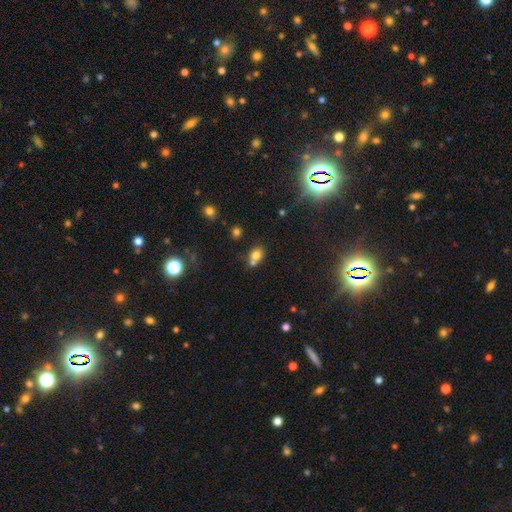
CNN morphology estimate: smooth-or-featured: smooth: 75% | star or artifact: 13% | featured or disk: 11%
  how-rounded: in between: 57% | round: 41% | cigar-shaped: 2%
  merging: merger: 44% | none: 40% | minor disturbance: 12% | major disturbance: 4%